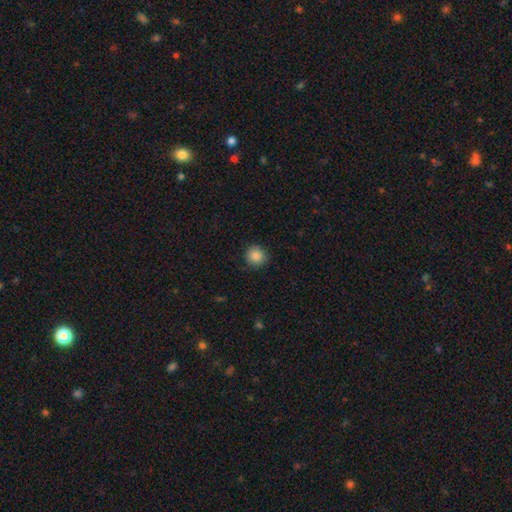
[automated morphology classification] Smooth or featured? smooth (87%)
How rounded? round (93%)
Merging? none (89%)